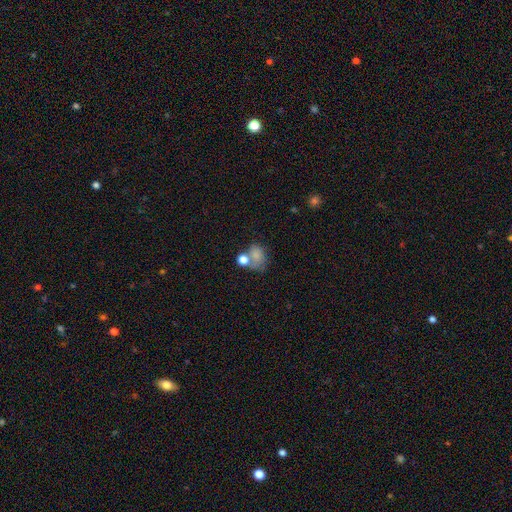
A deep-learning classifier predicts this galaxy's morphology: Smooth or featured: smooth — 72% (featured or disk — 15%)
How rounded: in between — 52% (round — 47%)
Merging: none — 35% (merger — 32%)